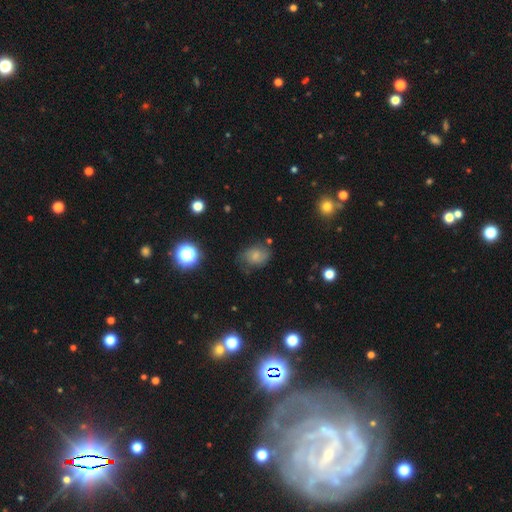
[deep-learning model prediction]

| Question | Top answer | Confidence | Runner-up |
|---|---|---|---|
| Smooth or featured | smooth | 55% | featured or disk (29%) |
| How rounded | in between | 61% | round (37%) |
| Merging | none | 59% | minor disturbance (27%) |